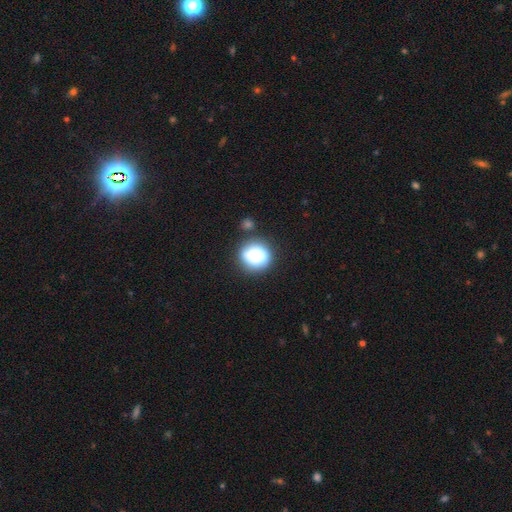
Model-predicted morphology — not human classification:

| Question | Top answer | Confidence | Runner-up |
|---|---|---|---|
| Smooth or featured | smooth | 81% | featured or disk (10%) |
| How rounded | round | 82% | in between (17%) |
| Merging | none | 71% | minor disturbance (15%) |